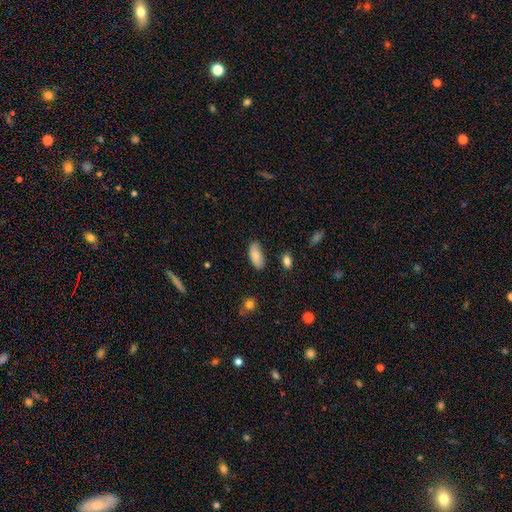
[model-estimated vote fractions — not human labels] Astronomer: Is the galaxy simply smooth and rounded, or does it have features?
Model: smooth — 83%.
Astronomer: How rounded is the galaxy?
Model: in between — 88%.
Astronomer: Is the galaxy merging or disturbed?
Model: none — 79%.